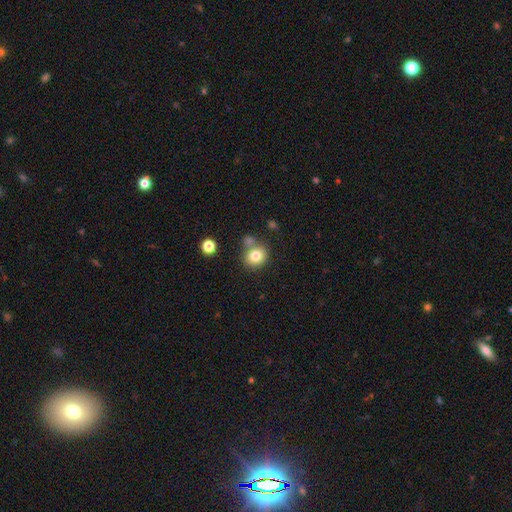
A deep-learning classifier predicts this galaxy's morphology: Smooth or featured? Predicted: smooth (p=0.80). How rounded? Predicted: round (p=0.75). Merging? Predicted: none (p=0.63).